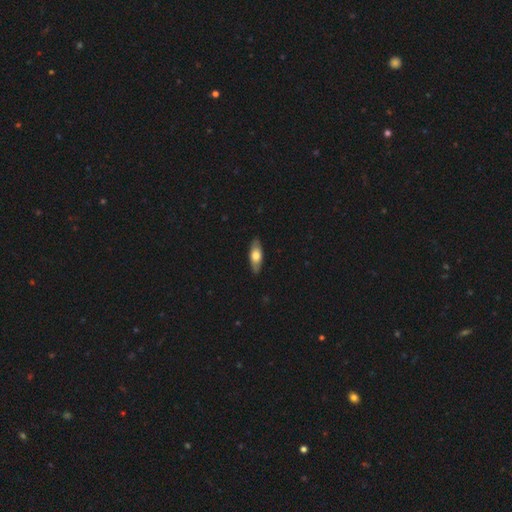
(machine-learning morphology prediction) Q: Smooth or featured?
A: smooth (65%); runner-up: featured or disk (30%)
Q: How rounded?
A: in between (71%); runner-up: cigar-shaped (26%)
Q: Merging?
A: none (87%); runner-up: minor disturbance (10%)